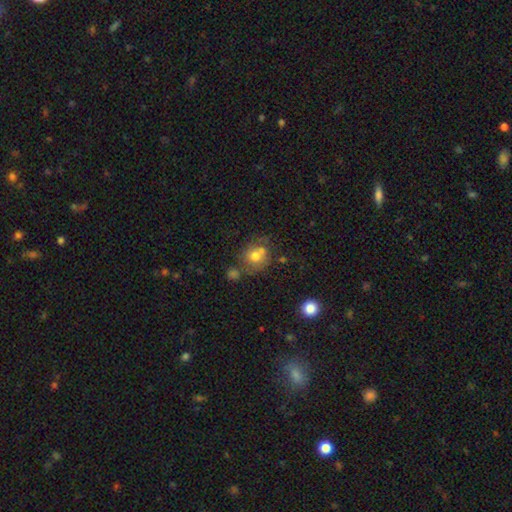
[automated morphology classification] This is likely a smooth galaxy (70%). How rounded: likely round (78%). Merging: possibly none (48%).